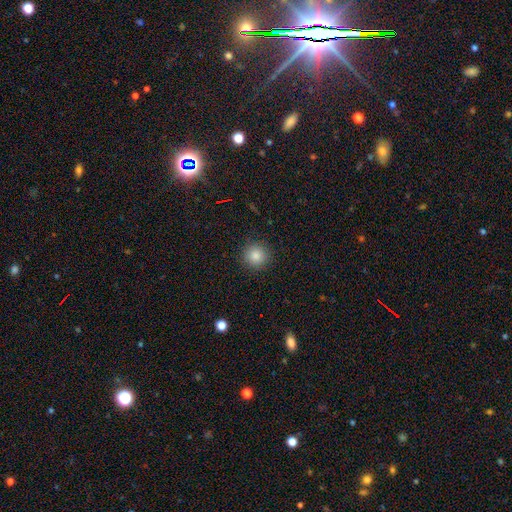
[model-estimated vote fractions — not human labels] Smooth or featured? smooth (85%)
How rounded? round (95%)
Merging? none (91%)